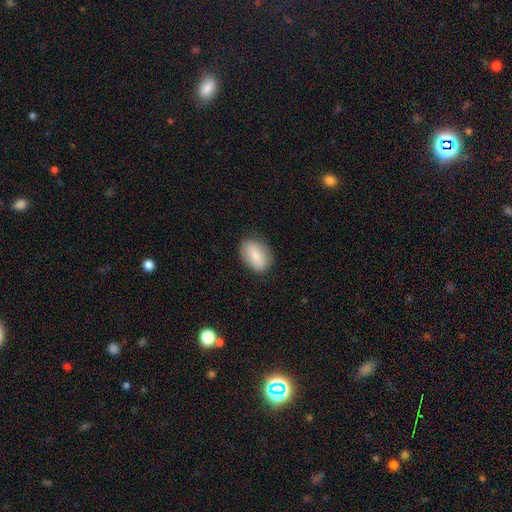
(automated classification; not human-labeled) A smooth galaxy with no disk features (80%) that is in between round and cigar-shaped (85%). Merging: none (84%).